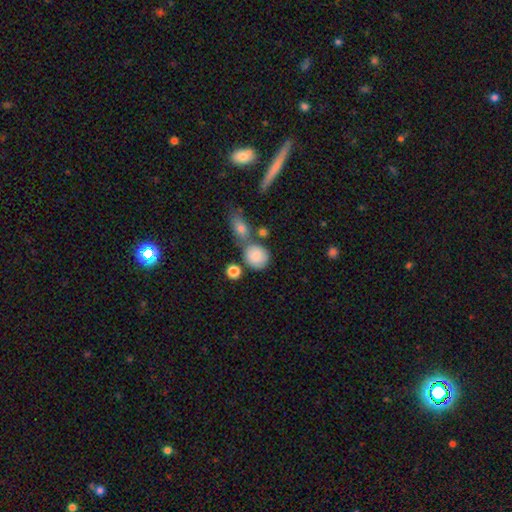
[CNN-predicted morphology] This is clearly a smooth galaxy (82%). How rounded: likely round (76%). Merging: possibly none (56%).